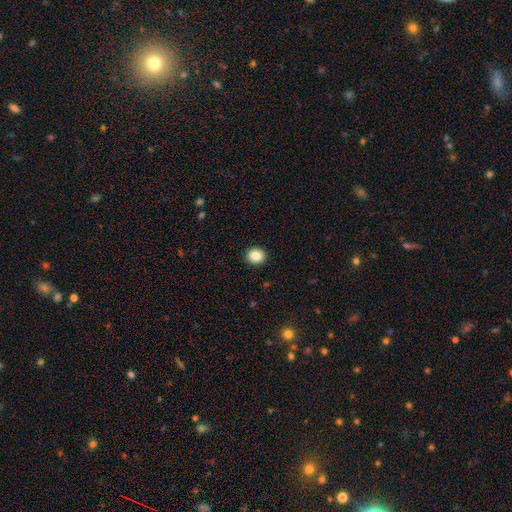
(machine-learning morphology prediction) Smooth or featured?
  - smooth: 86% *
  - star or artifact: 9%
  - featured or disk: 4%
How rounded?
  - round: 75% *
  - in between: 24%
  - cigar-shaped: 1%
Merging?
  - none: 92% *
  - minor disturbance: 5%
  - major disturbance: 2%
  - merger: 1%